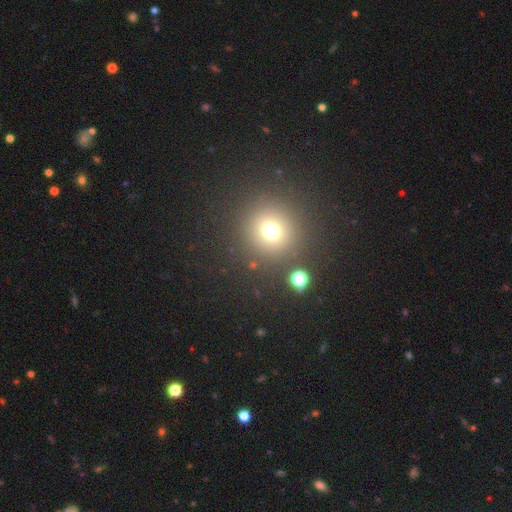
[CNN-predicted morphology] type=smooth (56%); roundness=round (94%); merging=none (90%).